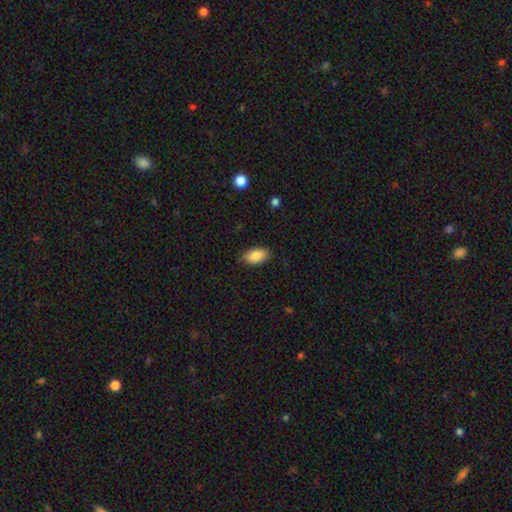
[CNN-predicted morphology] The model was most divided on "merging": none: 85%, minor disturbance: 11%, major disturbance: 2%, merger: 1%. More confident: how rounded — in between (93%); smooth or featured — smooth (86%).